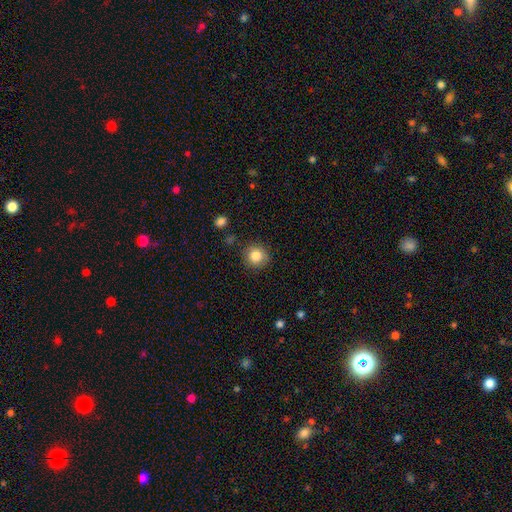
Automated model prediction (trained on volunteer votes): Smooth or featured? Predicted: smooth (p=0.84). How rounded? Predicted: round (p=0.91). Merging? Predicted: none (p=0.87).